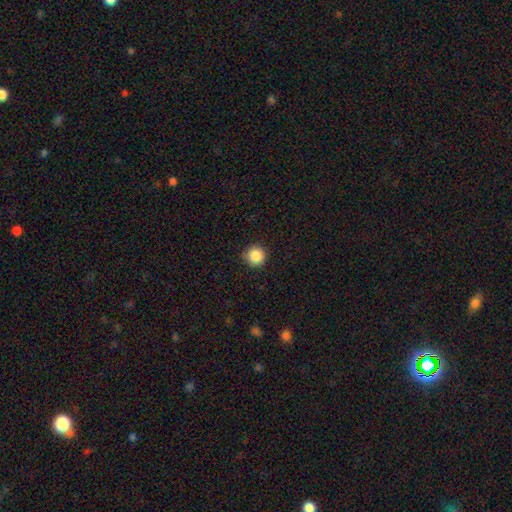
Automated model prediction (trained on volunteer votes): Morphology: type=smooth (88%); roundness=round (96%); merging=none (89%).